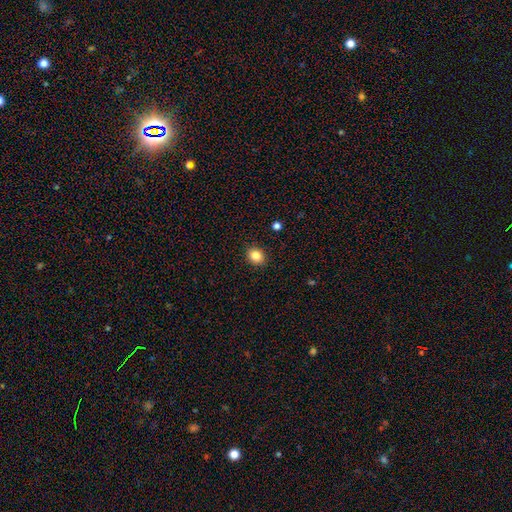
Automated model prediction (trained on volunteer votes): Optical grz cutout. It shows a smooth galaxy with no disk features (85%) that is round (66%). Merging: none (90%).